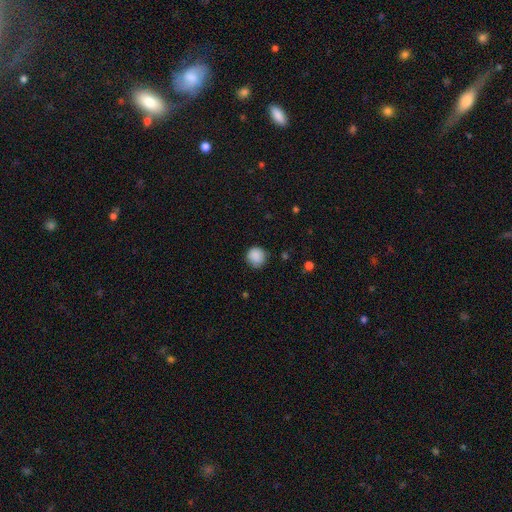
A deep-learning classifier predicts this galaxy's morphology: Smooth or featured? Predicted: smooth (p=0.88). How rounded? Predicted: round (p=0.92). Merging? Predicted: none (p=0.83).